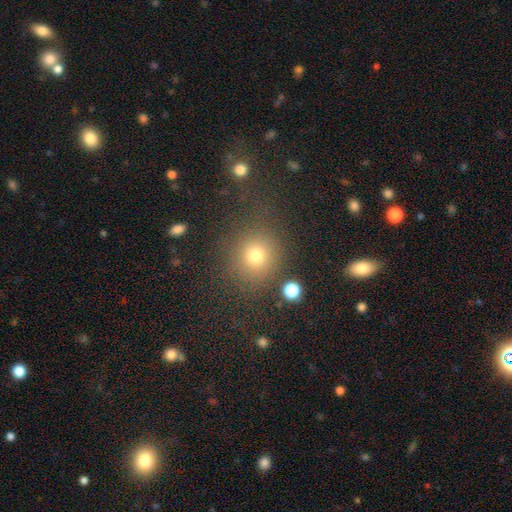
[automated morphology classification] smooth_or_featured: smooth (p=0.73) [alt: star or artifact p=0.18]
how_rounded: round (p=0.84) [alt: in between p=0.15]
merging: none (p=0.77) [alt: minor disturbance p=0.11]